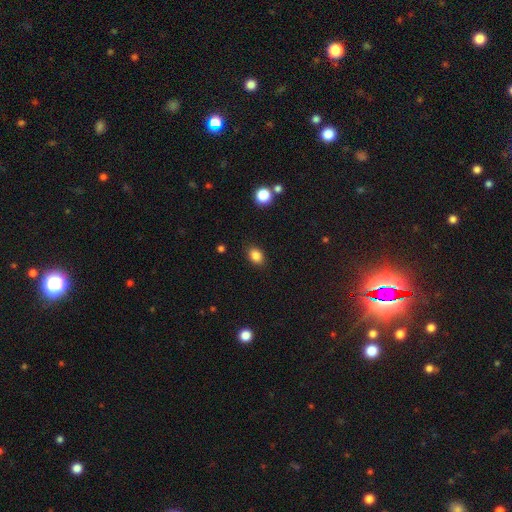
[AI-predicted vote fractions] The model was most divided on "how rounded": in between: 69%, round: 30%, cigar-shaped: 1%. More confident: merging — none (87%); smooth or featured — smooth (85%).